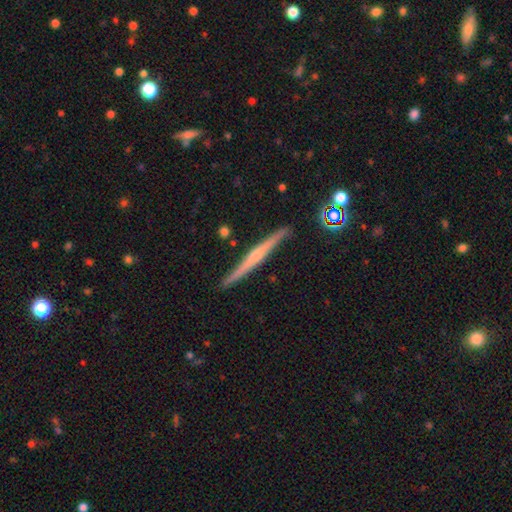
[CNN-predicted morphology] This is likely a featured or disk galaxy (72%). It is clearly viewed edge-on (98%). Edge-on bulge: likely rounded (62%). Merging: clearly none (88%).